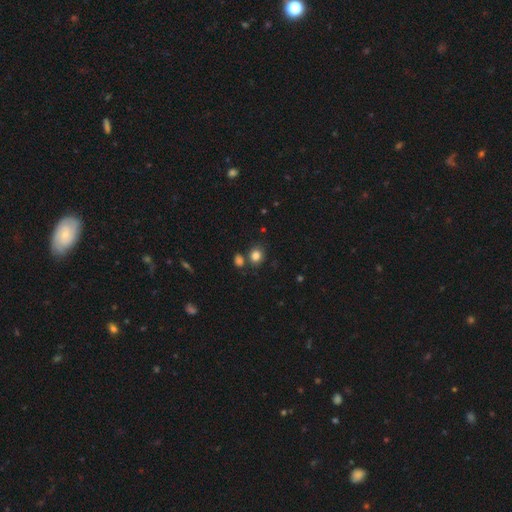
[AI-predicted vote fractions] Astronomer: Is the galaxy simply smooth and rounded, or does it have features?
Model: smooth — 82%.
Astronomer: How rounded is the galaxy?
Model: round — 66%.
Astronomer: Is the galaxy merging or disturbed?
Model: none — 69%.